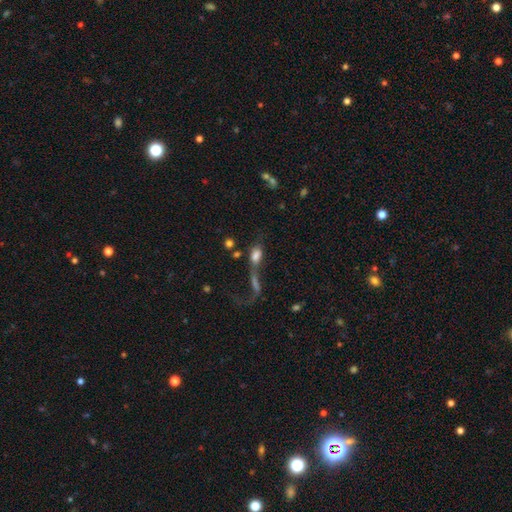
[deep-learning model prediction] smooth 62%, featured or disk 25%, star or artifact 13%. Down the decision tree: how rounded — in between (76%); merging — merger (49%).